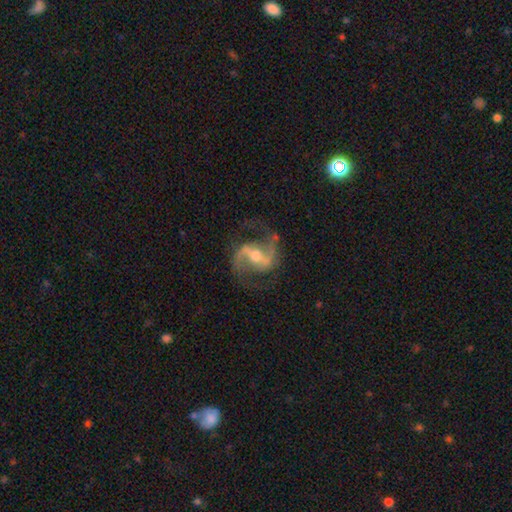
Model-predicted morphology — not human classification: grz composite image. It shows a featured or disk galaxy (90%) with a strong bar (43%), 2 (93%) medium (51%) spiral arms (97%) and a moderate central bulge (62%). Merging: none (76%).